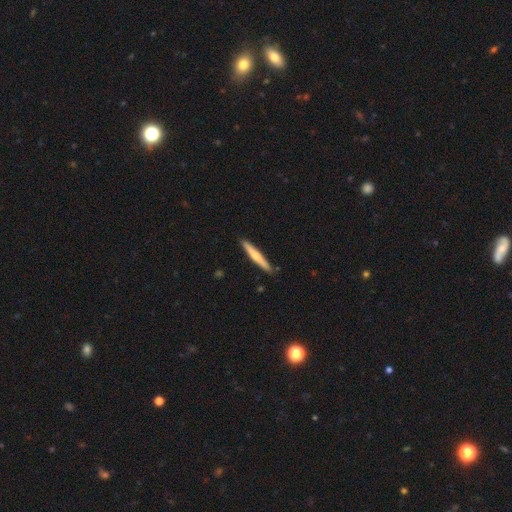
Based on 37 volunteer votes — smooth_or_featured: smooth (p=0.70) [alt: featured or disk p=0.27]
how_rounded: cigar-shaped (p=0.96) [alt: in between p=0.04]
merging: none (p=0.97) [alt: minor disturbance p=0.03]